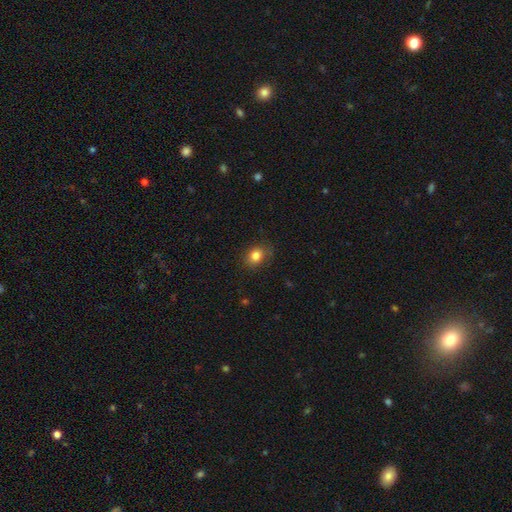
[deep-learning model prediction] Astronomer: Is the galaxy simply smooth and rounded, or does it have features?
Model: smooth — 83%.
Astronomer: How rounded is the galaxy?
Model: round — 53% (runner-up: in between, 46%).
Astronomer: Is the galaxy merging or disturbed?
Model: none — 79%.